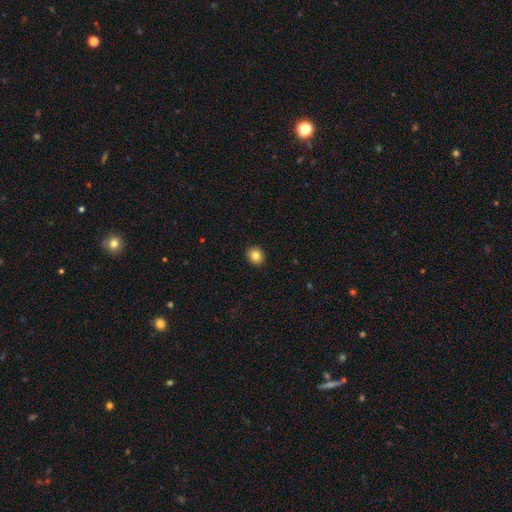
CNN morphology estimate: type=smooth (83%); roundness=round (65%); merging=none (92%).